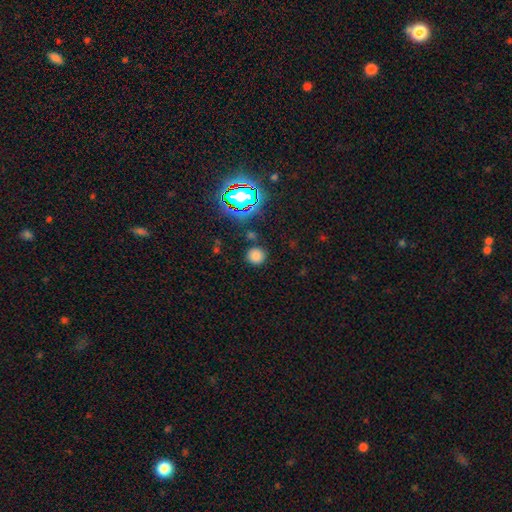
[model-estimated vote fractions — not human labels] smooth-or-featured: smooth: 74% | star or artifact: 20% | featured or disk: 6%
  how-rounded: round: 93% | in between: 6% | cigar-shaped: 1%
  merging: none: 86% | minor disturbance: 8% | merger: 3% | major disturbance: 3%